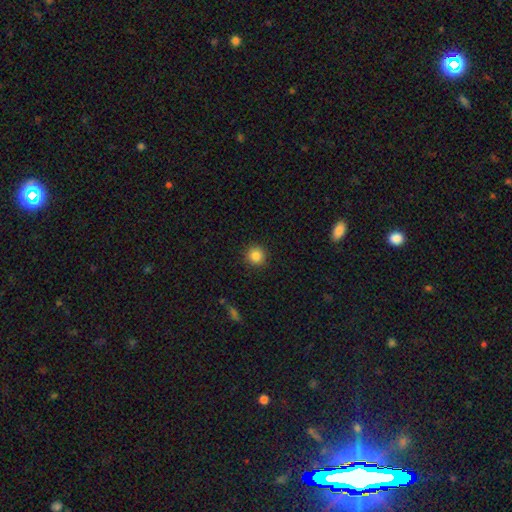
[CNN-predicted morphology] Smooth or featured?
  - smooth: 85% *
  - star or artifact: 10%
  - featured or disk: 4%
How rounded?
  - round: 95% *
  - in between: 4%
  - cigar-shaped: 1%
Merging?
  - none: 92% *
  - minor disturbance: 5%
  - major disturbance: 2%
  - merger: 1%